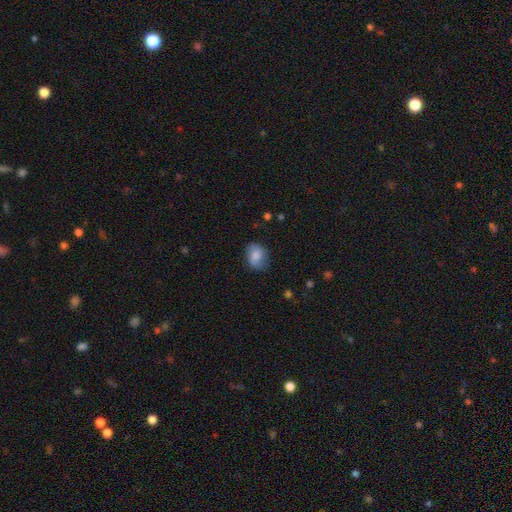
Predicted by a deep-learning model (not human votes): Overall: smooth (77%). How rounded: in between (63%; round 35%). Merging: none (76%).